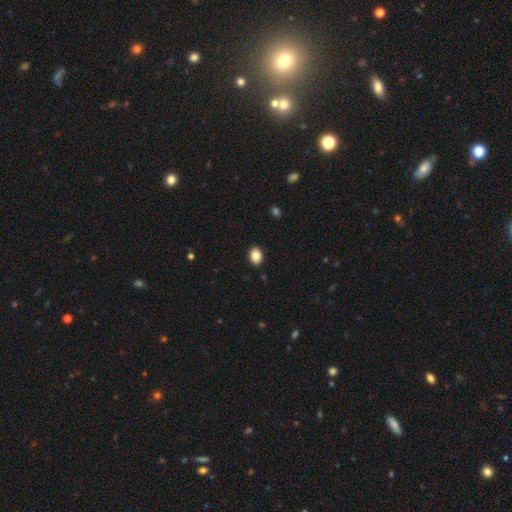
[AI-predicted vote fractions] Smooth or featured? smooth (86%)
How rounded? in between (68%)
Merging? none (90%)